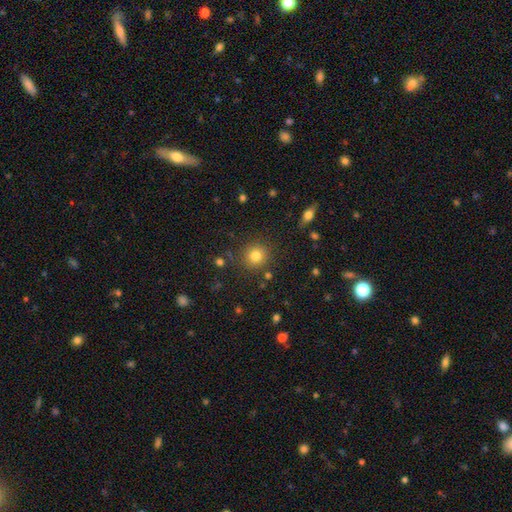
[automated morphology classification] A smooth galaxy with no disk features (80%) that is round (93%). Merging: none (87%).